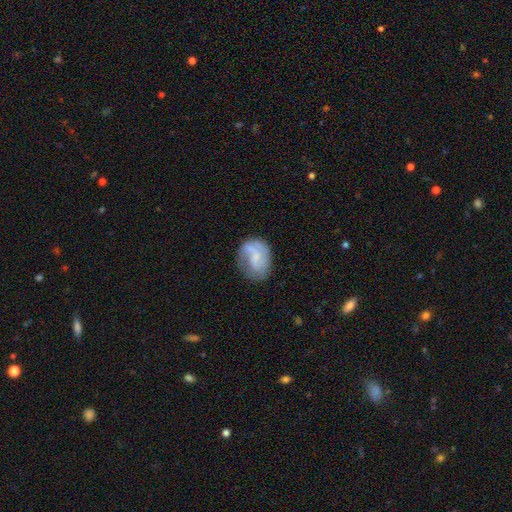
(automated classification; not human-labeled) smooth-or-featured: smooth: 52% | featured or disk: 40% | star or artifact: 7%
  how-rounded: in between: 52% | round: 47% | cigar-shaped: 1%
  merging: none: 51% | minor disturbance: 27% | major disturbance: 17% | merger: 4%